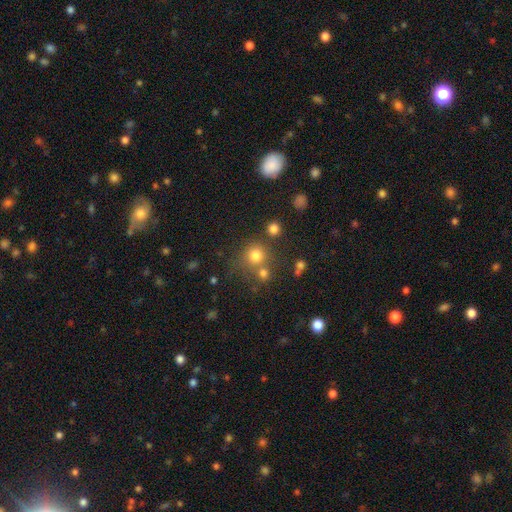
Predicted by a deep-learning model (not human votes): This appears to be a smooth galaxy with no disk features (76%) that is round (89%). Merging: none (63%).